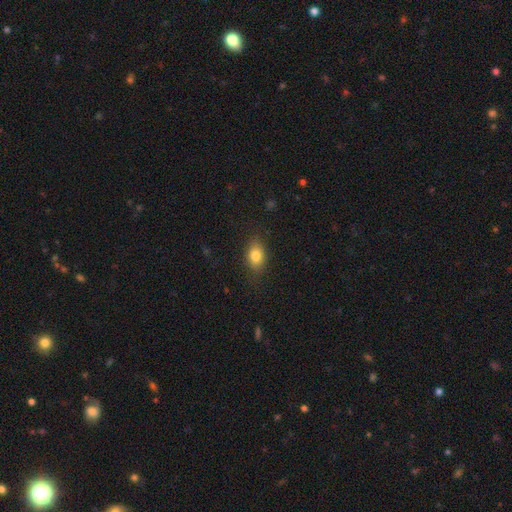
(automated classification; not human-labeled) This is clearly a smooth galaxy (80%). How rounded: likely in between (78%). Merging: clearly none (81%).